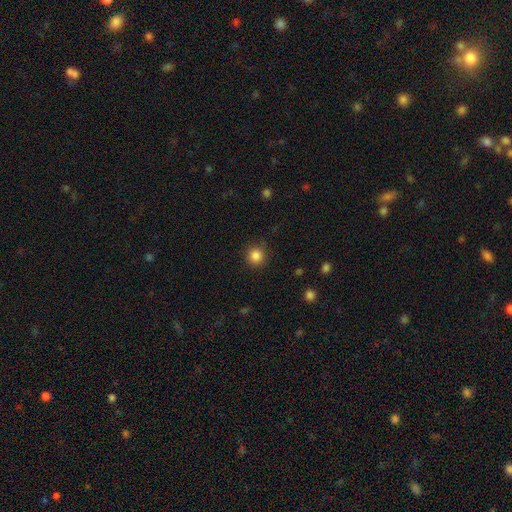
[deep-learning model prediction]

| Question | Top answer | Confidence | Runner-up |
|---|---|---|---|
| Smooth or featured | smooth | 85% | star or artifact (11%) |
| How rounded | round | 93% | in between (6%) |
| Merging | none | 89% | minor disturbance (7%) |